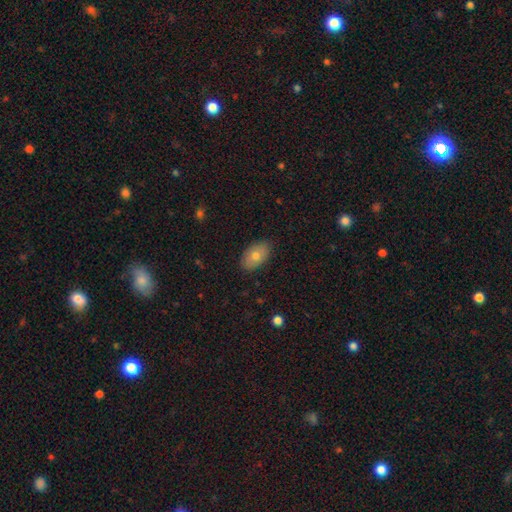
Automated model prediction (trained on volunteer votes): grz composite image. It shows a smooth galaxy with no disk features (72%) that is in between round and cigar-shaped (92%). Merging: none (87%).